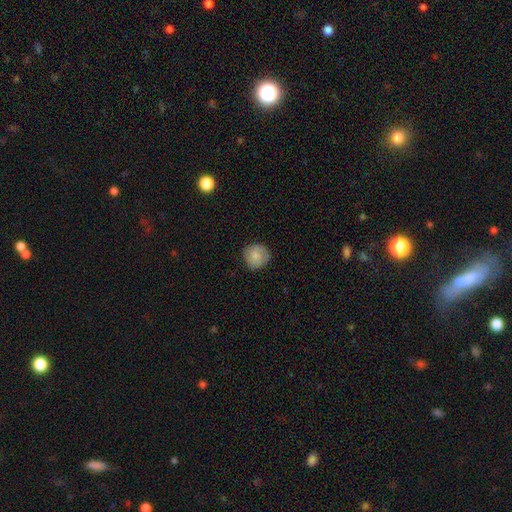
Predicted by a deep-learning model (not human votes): Smooth or featured? Predicted: smooth (p=0.80). How rounded? Predicted: round (p=0.92). Merging? Predicted: none (p=0.82).